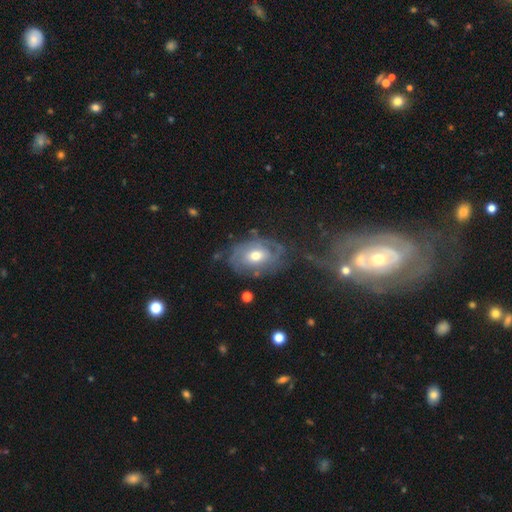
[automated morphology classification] This appears to be a featured or disk galaxy (63%) with no bar (73%), spiral arms (70%) and a moderate central bulge (73%). Merging: none (55%).